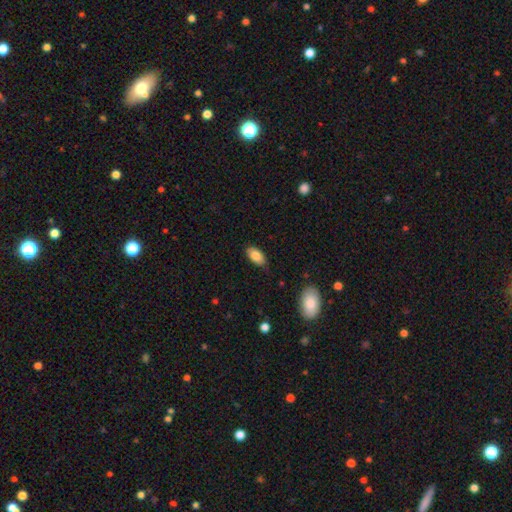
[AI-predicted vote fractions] smooth_or_featured: smooth (p=0.82) [alt: featured or disk p=0.11]
how_rounded: in between (p=0.94) [alt: round p=0.03]
merging: none (p=0.79) [alt: minor disturbance p=0.17]